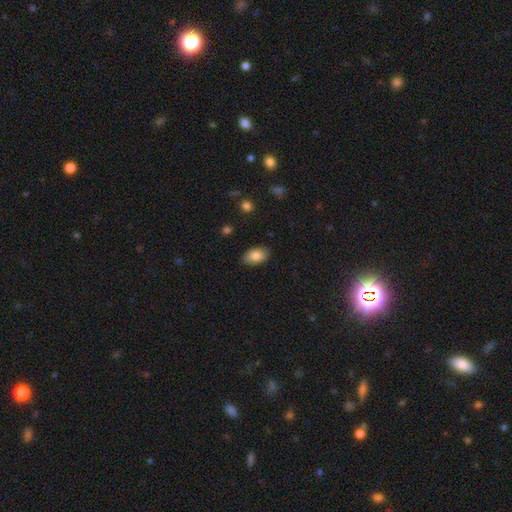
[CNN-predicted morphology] A smooth galaxy with no disk features (83%) that is in between round and cigar-shaped (93%).

Vote fractions:
- Smooth or featured? smooth: 83% / featured or disk: 10% / star or artifact: 7%
- How rounded? in between: 93% / round: 5% / cigar-shaped: 2%
- Merging? none: 86% / minor disturbance: 11% / major disturbance: 2% / merger: 1%